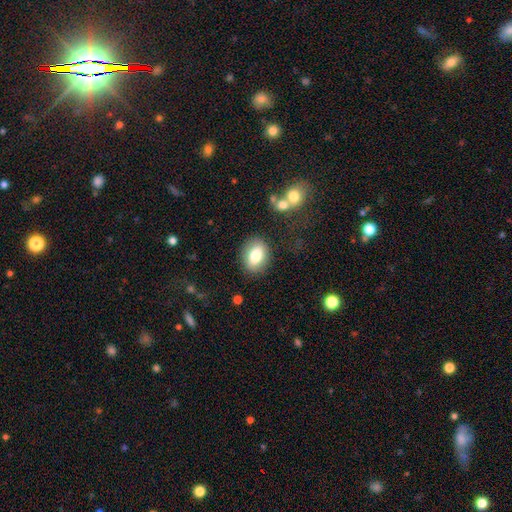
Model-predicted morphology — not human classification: The model was most divided on "how rounded": in between: 71%, round: 27%, cigar-shaped: 2%. More confident: merging — none (84%); smooth or featured — smooth (76%).